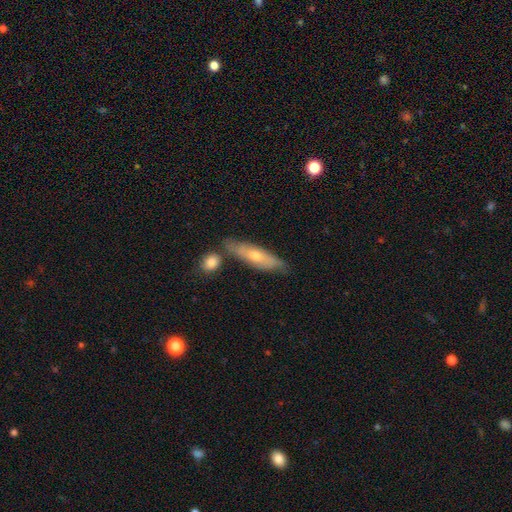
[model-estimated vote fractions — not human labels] Smooth or featured? Predicted: smooth (p=0.52). How rounded? Predicted: cigar-shaped (p=0.65). Merging? Predicted: none (p=0.71).